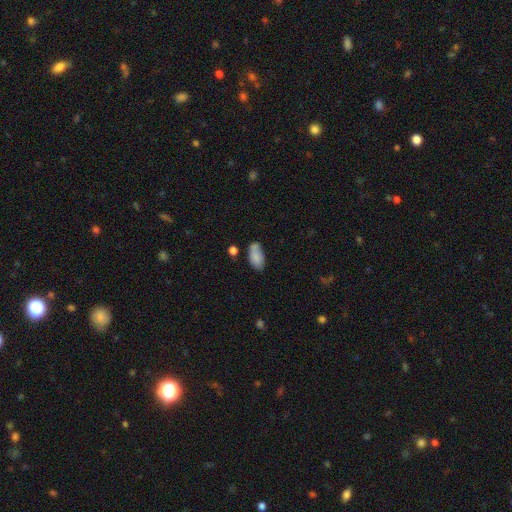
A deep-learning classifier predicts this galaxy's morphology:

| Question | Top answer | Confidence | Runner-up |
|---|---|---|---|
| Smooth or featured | smooth | 83% | featured or disk (9%) |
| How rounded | in between | 93% | cigar-shaped (4%) |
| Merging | none | 61% | minor disturbance (27%) |